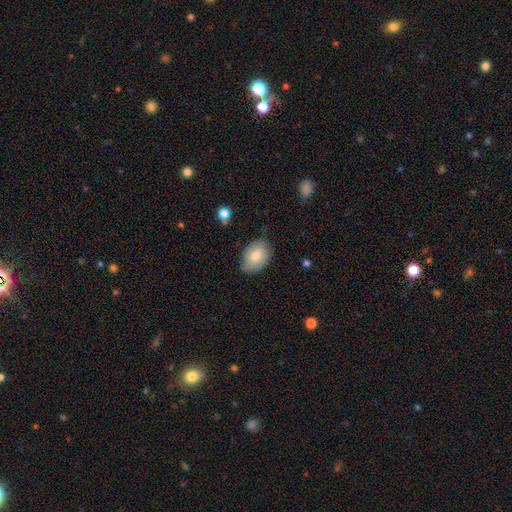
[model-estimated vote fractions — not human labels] smooth 72%, featured or disk 22%, star or artifact 7%. Down the decision tree: how rounded — in between (83%); merging — none (75%).